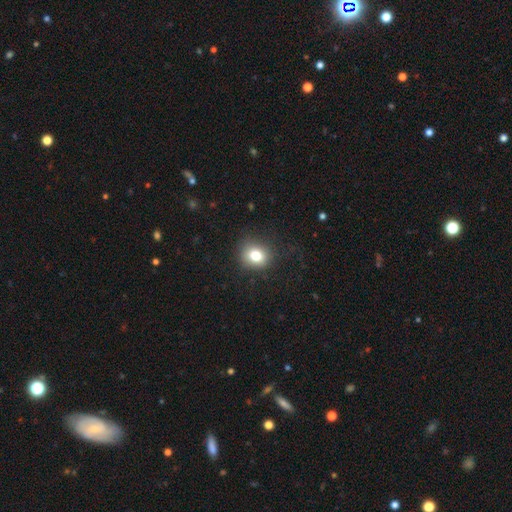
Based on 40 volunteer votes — This is clearly a smooth galaxy (82%). How rounded: clearly round (94%). Merging: clearly none (89%).